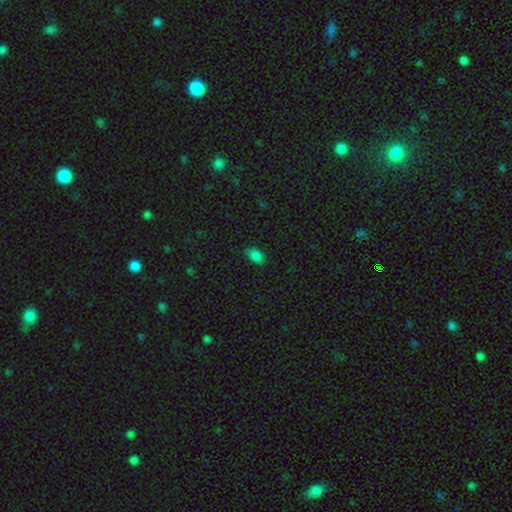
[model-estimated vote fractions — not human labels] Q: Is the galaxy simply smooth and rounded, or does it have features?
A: smooth — 82%.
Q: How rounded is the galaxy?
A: in between — 89%.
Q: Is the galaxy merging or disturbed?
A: none — 85%.